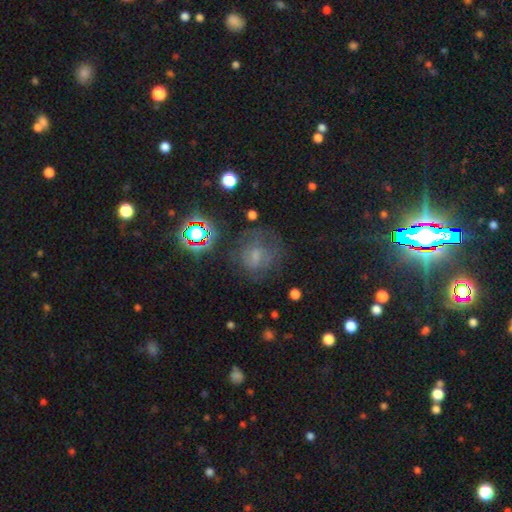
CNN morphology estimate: This is marginally a smooth galaxy (44%). Merging: possibly none (56%).